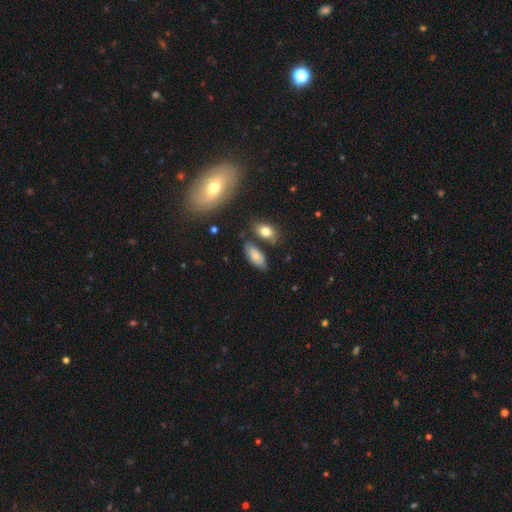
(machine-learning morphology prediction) Q: Smooth or featured?
A: smooth (77%); runner-up: featured or disk (15%)
Q: How rounded?
A: in between (88%); runner-up: cigar-shaped (9%)
Q: Merging?
A: none (71%); runner-up: minor disturbance (16%)